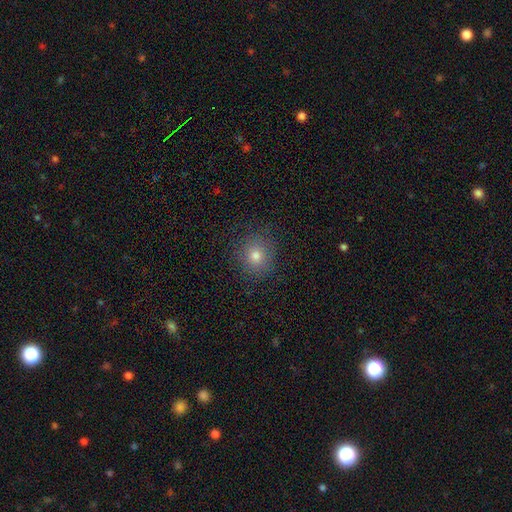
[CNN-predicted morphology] Smooth or featured? Predicted: smooth (p=0.77). How rounded? Predicted: round (p=0.80). Merging? Predicted: none (p=0.86).